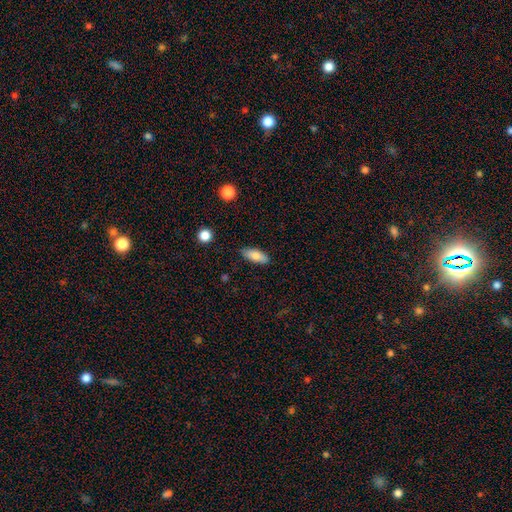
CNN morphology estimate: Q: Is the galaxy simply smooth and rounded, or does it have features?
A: smooth — 81%.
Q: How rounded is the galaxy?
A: in between — 74%.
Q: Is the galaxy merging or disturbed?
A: none — 86%.